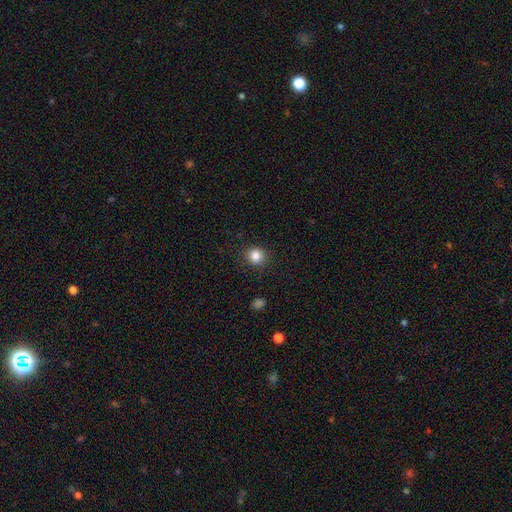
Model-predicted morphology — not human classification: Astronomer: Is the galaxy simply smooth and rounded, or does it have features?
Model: smooth — 85%.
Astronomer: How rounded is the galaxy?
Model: round — 81%.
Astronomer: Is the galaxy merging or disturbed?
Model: none — 87%.